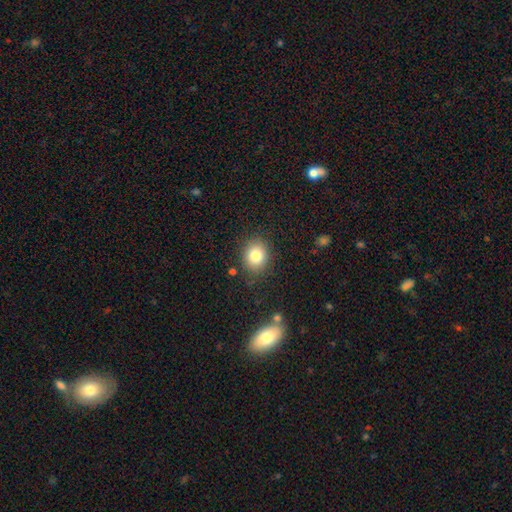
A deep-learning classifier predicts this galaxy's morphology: Overall: smooth (81%). How rounded: round (63%; in between 37%). Merging: none (85%).